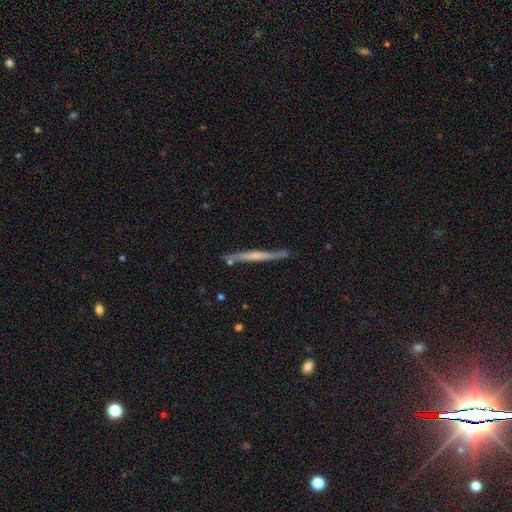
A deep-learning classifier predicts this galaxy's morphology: This is likely a featured or disk galaxy (65%). It is clearly viewed edge-on (96%). Edge-on bulge: possibly none (47%). Merging: clearly none (80%).